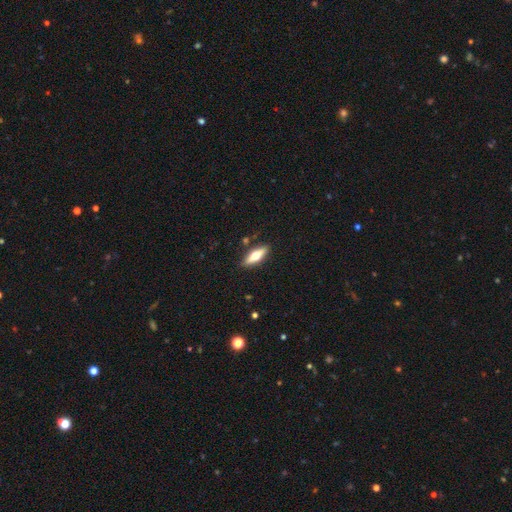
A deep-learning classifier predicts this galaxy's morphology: Overall: smooth (51%; featured or disk 43%). How rounded: in between (53%; cigar-shaped 44%). Merging: none (85%).